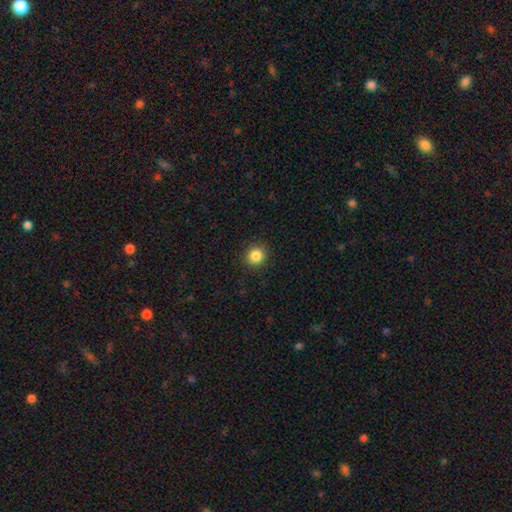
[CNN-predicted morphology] A smooth galaxy with no disk features (85%) that is round (90%).

Vote fractions:
- Smooth or featured? smooth: 85% / star or artifact: 11% / featured or disk: 4%
- How rounded? round: 90% / in between: 9% / cigar-shaped: 1%
- Merging? none: 91% / minor disturbance: 6% / major disturbance: 2% / merger: 1%